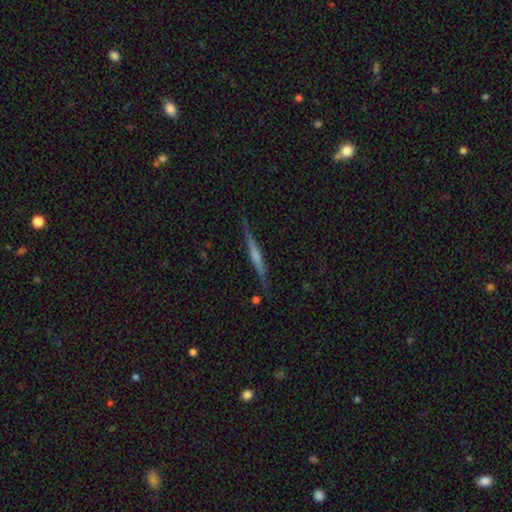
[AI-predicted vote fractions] A featured or disk galaxy (67%) viewed edge-on (97%) with no central bulge (42%). Merging: none (86%).